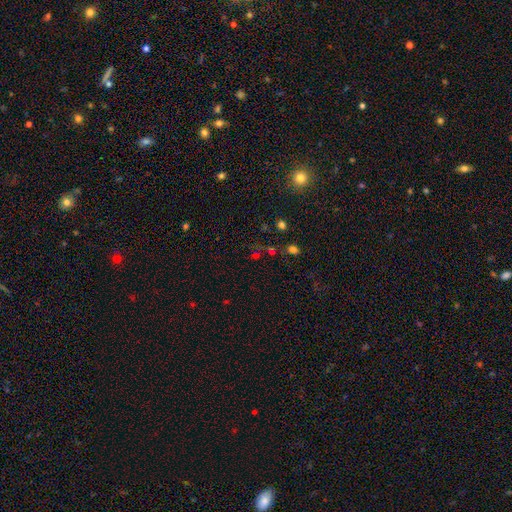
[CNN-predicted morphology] Smooth or featured? star or artifact (51%)